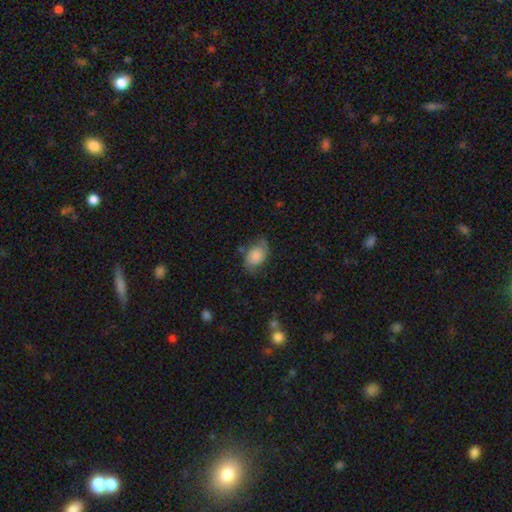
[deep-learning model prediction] The model was most divided on "smooth or featured": smooth: 55%, featured or disk: 36%, star or artifact: 9%. More confident: how rounded — in between (81%); merging — none (60%).